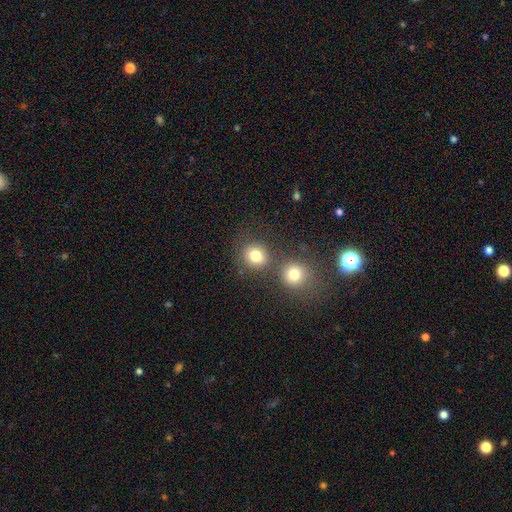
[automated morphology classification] Overall: smooth (79%). How rounded: round (81%). Merging: none (62%; merger 25%).